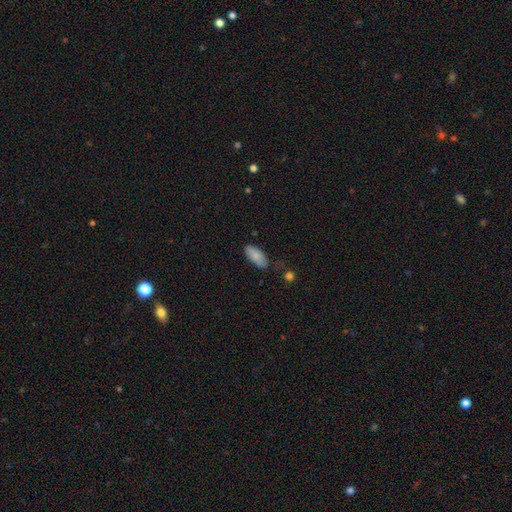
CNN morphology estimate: The model was most divided on "merging": none: 68%, minor disturbance: 24%, major disturbance: 4%, merger: 3%. More confident: how rounded — in between (87%); smooth or featured — smooth (81%).